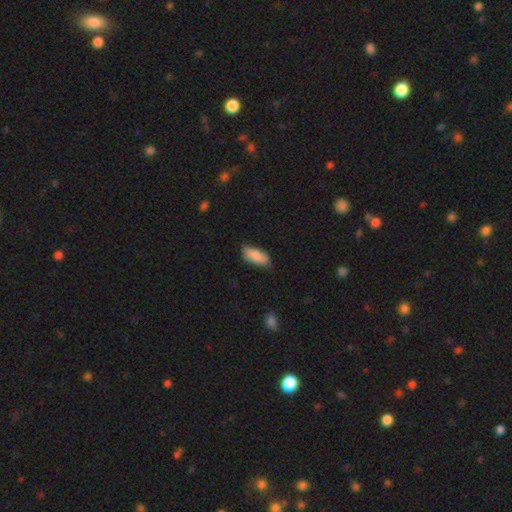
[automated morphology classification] A smooth galaxy with no disk features (82%) that is in between round and cigar-shaped (84%). Merging: none (71%).